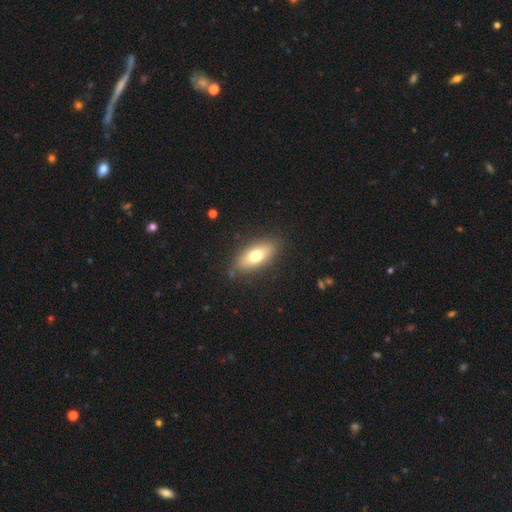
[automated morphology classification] The model was most divided on "smooth or featured": smooth: 71%, featured or disk: 22%, star or artifact: 7%. More confident: merging — none (84%); how rounded — in between (80%).